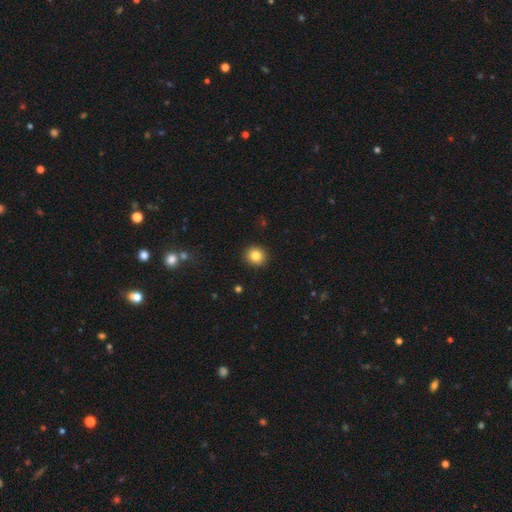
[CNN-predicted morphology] This is clearly a smooth galaxy (84%). How rounded: clearly round (89%). Merging: clearly none (92%).